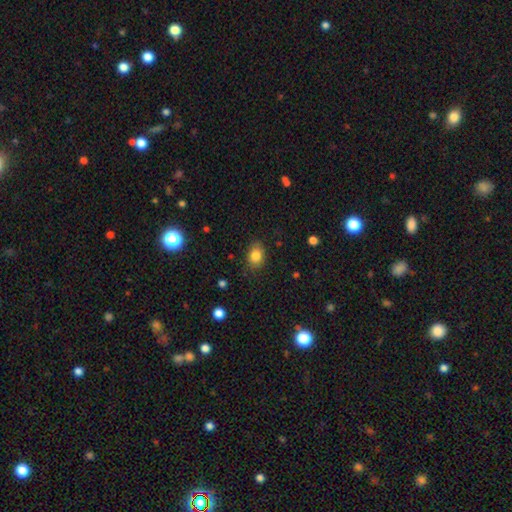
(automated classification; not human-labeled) Smooth or featured: smooth — 82% (star or artifact — 10%)
How rounded: in between — 72% (round — 27%)
Merging: none — 83% (minor disturbance — 12%)